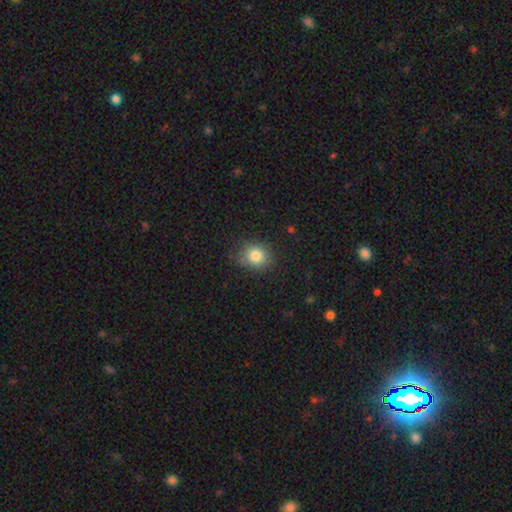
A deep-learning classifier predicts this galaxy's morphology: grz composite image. It shows a smooth galaxy with no disk features (83%) that is round (73%). Merging: none (83%).